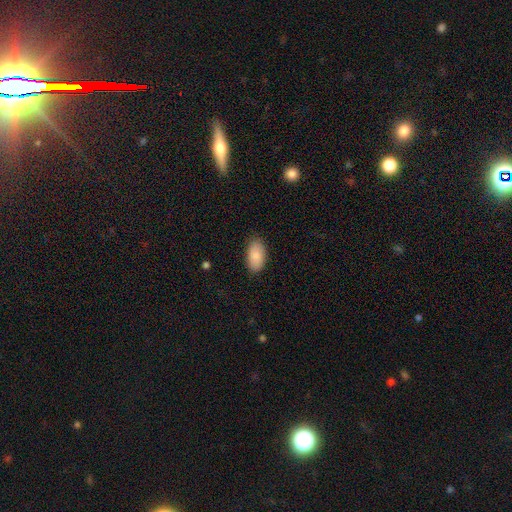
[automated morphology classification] A smooth galaxy with no disk features (87%) that is in between round and cigar-shaped (95%).

Vote fractions:
- Smooth or featured? smooth: 87% / featured or disk: 7% / star or artifact: 6%
- How rounded? in between: 95% / round: 3% / cigar-shaped: 2%
- Merging? none: 85% / minor disturbance: 11% / major disturbance: 2% / merger: 1%